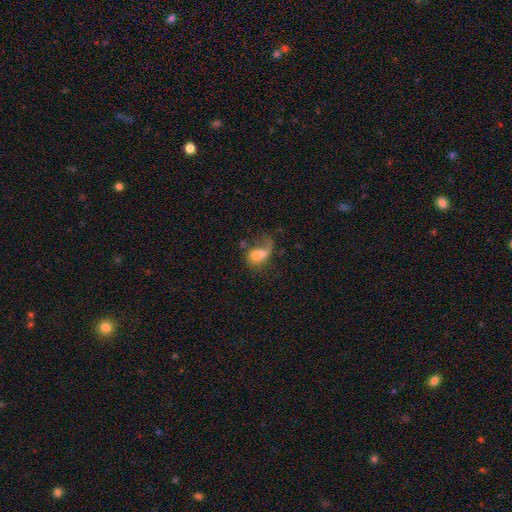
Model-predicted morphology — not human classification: A featured or disk galaxy (47%).

Vote fractions:
- Smooth or featured? featured or disk: 47% / smooth: 36% / star or artifact: 17%
- Merging? major disturbance: 40% / none: 32% / minor disturbance: 18% / merger: 10%